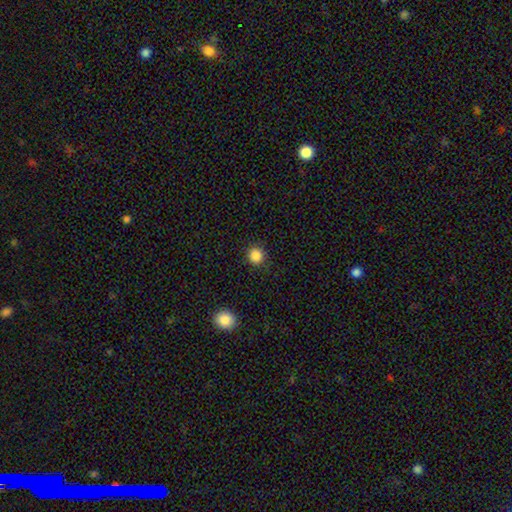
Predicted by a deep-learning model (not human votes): This appears to be a smooth galaxy with no disk features (86%) that is round (93%). Merging: none (90%).